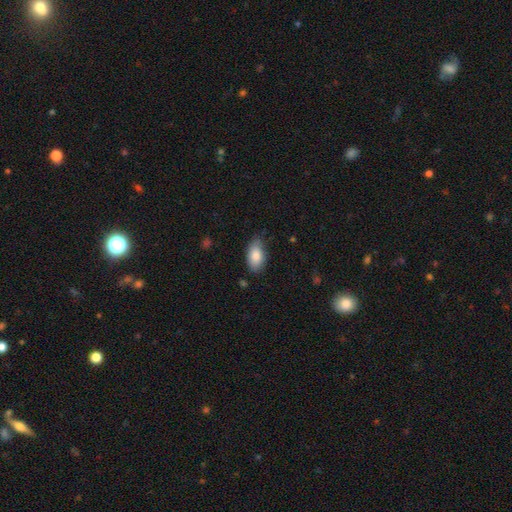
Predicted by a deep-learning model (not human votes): Smooth or featured?
  - smooth: 85% *
  - featured or disk: 9%
  - star or artifact: 6%
How rounded?
  - in between: 93% *
  - round: 4%
  - cigar-shaped: 3%
Merging?
  - none: 75% *
  - minor disturbance: 21%
  - major disturbance: 3%
  - merger: 1%